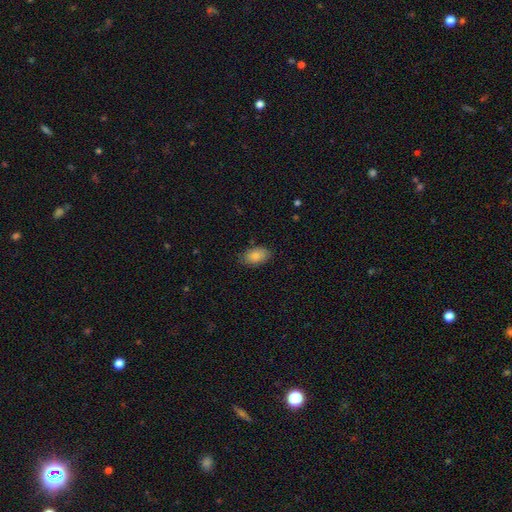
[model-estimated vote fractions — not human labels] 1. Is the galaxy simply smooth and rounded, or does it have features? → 84% smooth, 8% featured or disk, 7% star or artifact.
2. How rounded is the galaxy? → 92% in between, 6% round, 2% cigar-shaped.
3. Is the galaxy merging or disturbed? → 82% none, 14% minor disturbance, 3% major disturbance, 1% merger.